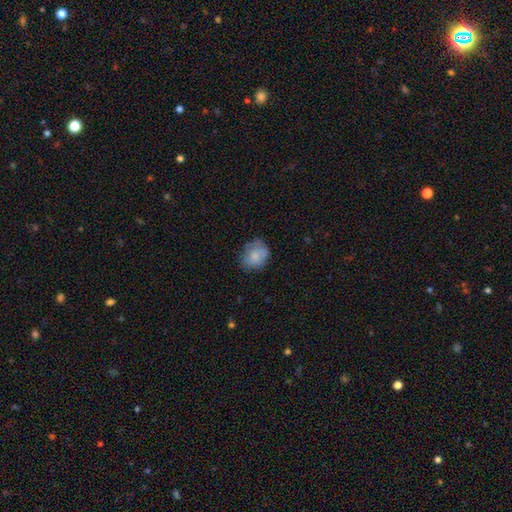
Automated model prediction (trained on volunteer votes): A smooth galaxy with no disk features (71%) that is round (58%). Merging: none (65%).